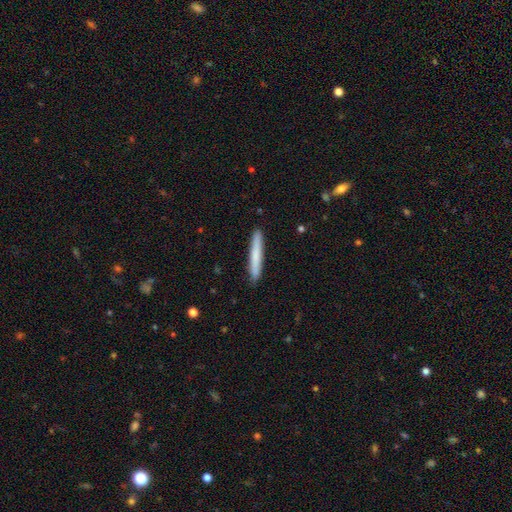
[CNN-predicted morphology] Q: Smooth or featured?
A: smooth (75%); runner-up: featured or disk (20%)
Q: How rounded?
A: cigar-shaped (95%); runner-up: in between (3%)
Q: Merging?
A: none (91%); runner-up: minor disturbance (7%)